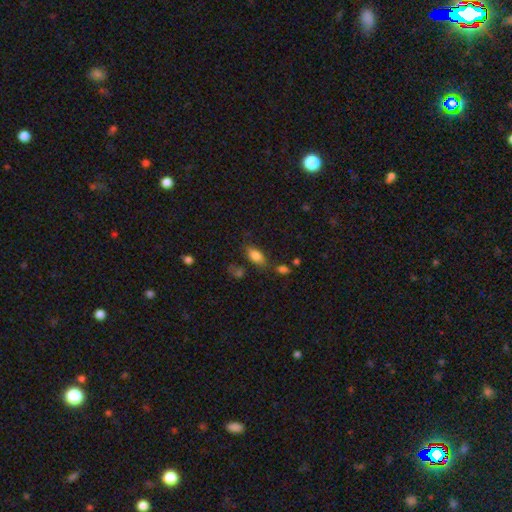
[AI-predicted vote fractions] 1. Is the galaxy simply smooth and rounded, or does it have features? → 81% smooth, 10% featured or disk, 9% star or artifact.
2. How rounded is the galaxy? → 88% in between, 8% cigar-shaped, 4% round.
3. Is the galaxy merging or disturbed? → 69% none, 18% minor disturbance, 7% merger, 6% major disturbance.